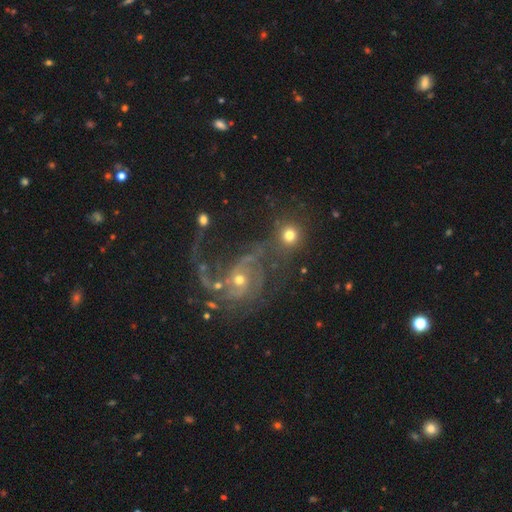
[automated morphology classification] smooth-or-featured: featured or disk: 64% | star or artifact: 19% | smooth: 18%
  disk-edge-on: no: 97% | yes: 3%
    bar: no: 67% | weak: 25% | strong: 7%
    has-spiral-arms: yes: 76% | no: 24%
    bulge-size: small: 53% | moderate: 34% | none: 7% | large: 4% | dominant: 2%
  merging: merger: 41% | major disturbance: 26% | none: 23% | minor disturbance: 10%